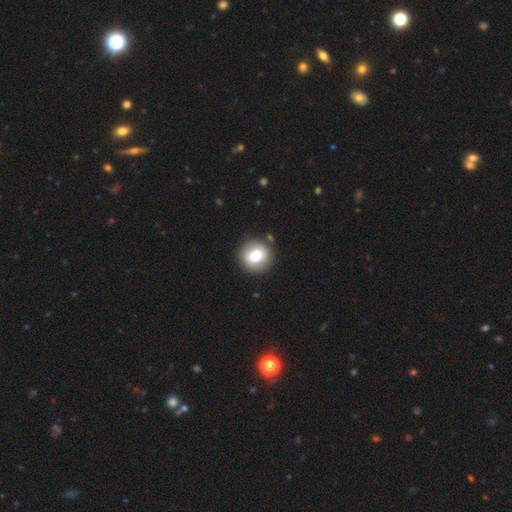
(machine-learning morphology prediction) The model was most divided on "smooth or featured": smooth: 74%, featured or disk: 17%, star or artifact: 9%. More confident: how rounded — round (90%); merging — none (89%).